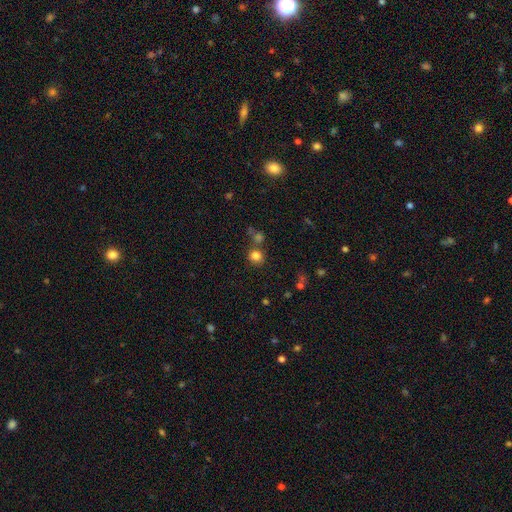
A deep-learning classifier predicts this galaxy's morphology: type=smooth (80%); roundness=round (88%); merging=none (73%).